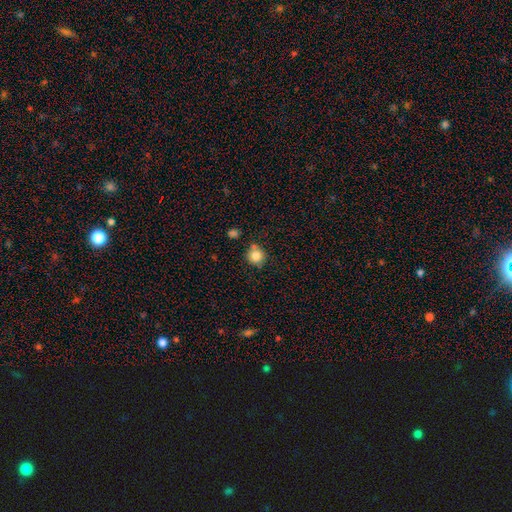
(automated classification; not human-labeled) Overall: smooth (82%). How rounded: round (88%). Merging: none (72%).